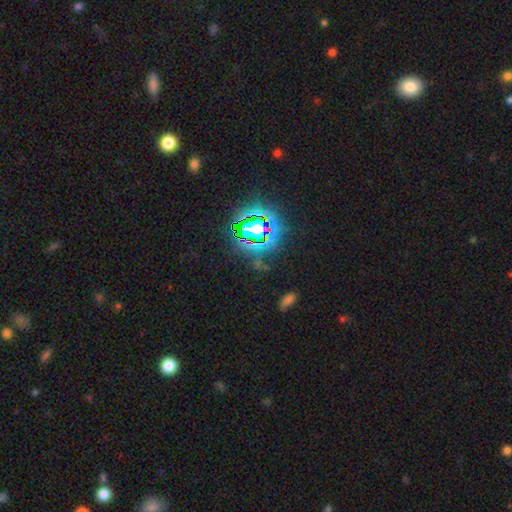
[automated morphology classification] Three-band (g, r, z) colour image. It shows a star or artifact, not a galaxy (80%).